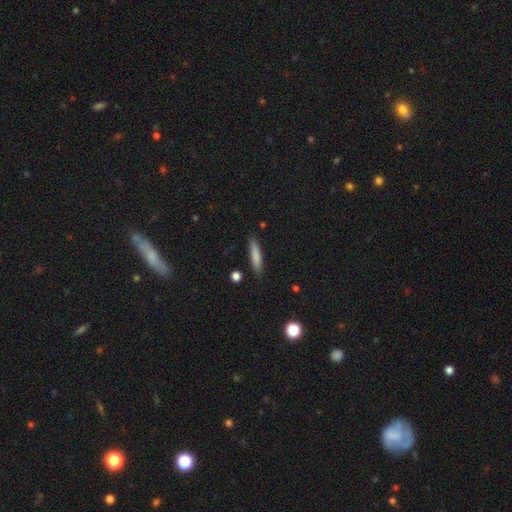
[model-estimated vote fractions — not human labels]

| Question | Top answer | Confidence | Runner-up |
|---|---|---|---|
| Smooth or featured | smooth | 78% | featured or disk (15%) |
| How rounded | cigar-shaped | 88% | in between (11%) |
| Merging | none | 87% | minor disturbance (10%) |